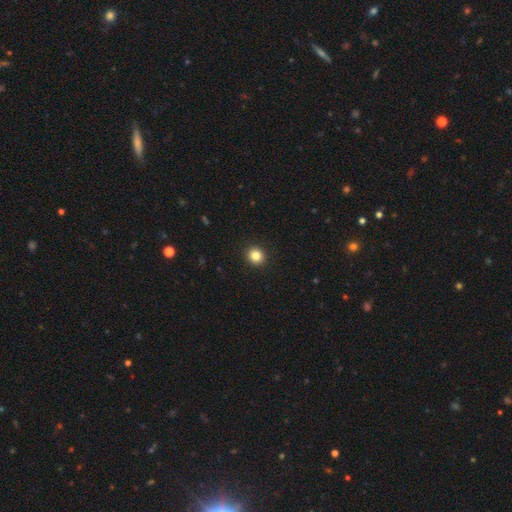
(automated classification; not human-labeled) smooth_or_featured: smooth (p=0.84) [alt: star or artifact p=0.11]
how_rounded: round (p=0.86) [alt: in between p=0.13]
merging: none (p=0.93) [alt: minor disturbance p=0.05]